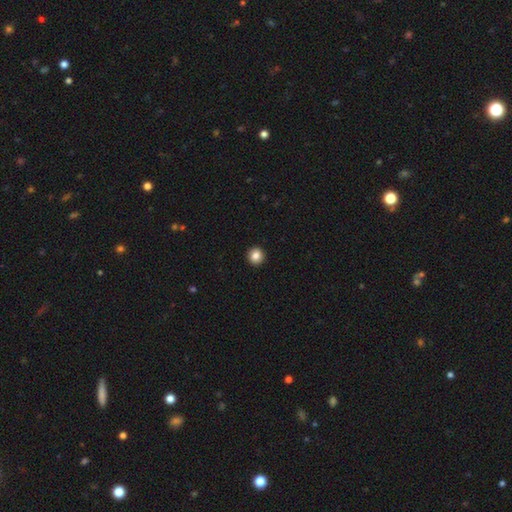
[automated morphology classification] type=smooth (85%); roundness=round (94%); merging=none (94%).